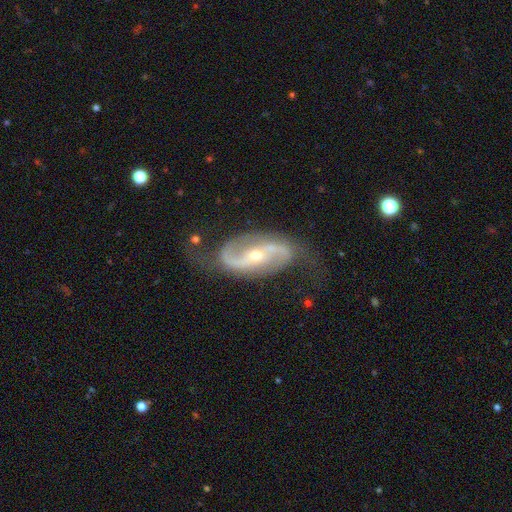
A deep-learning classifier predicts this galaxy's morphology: type=featured or disk (90%); edge-on=no (96%); bar=strong (38%); spiral arms=yes (96%); winding=loose (50%); arm count=2 (93%); bulge=small (61%); merging=none (66%).